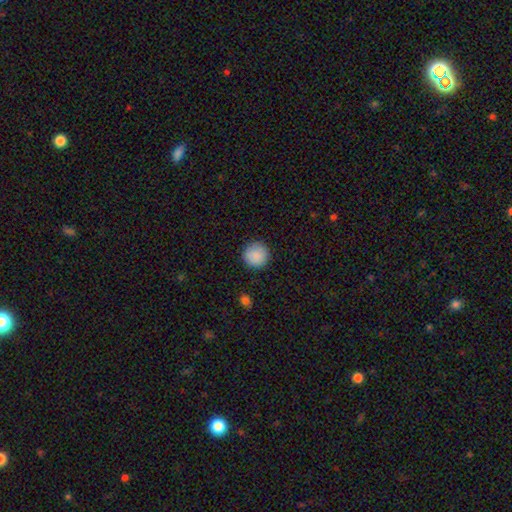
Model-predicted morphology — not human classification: This appears to be a smooth galaxy with no disk features (89%) that is round (95%). Merging: none (91%).